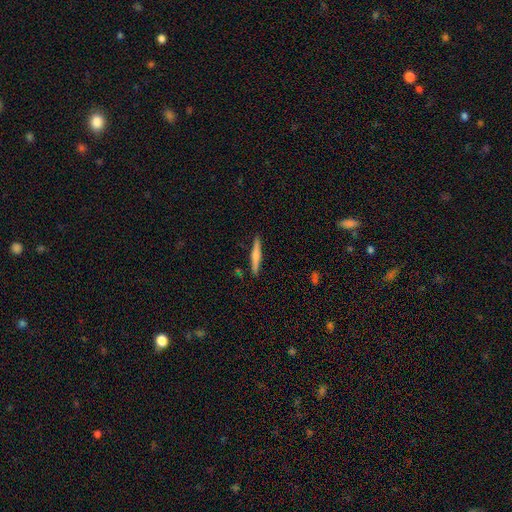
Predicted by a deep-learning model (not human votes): Smooth or featured? Predicted: smooth (p=0.60). How rounded? Predicted: cigar-shaped (p=0.94). Merging? Predicted: none (p=0.89).